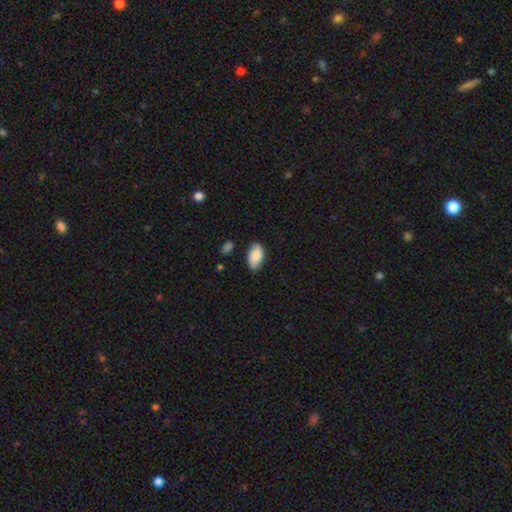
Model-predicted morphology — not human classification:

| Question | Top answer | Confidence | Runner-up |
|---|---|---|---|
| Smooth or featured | smooth | 86% | featured or disk (8%) |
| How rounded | in between | 94% | round (3%) |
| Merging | none | 79% | minor disturbance (16%) |